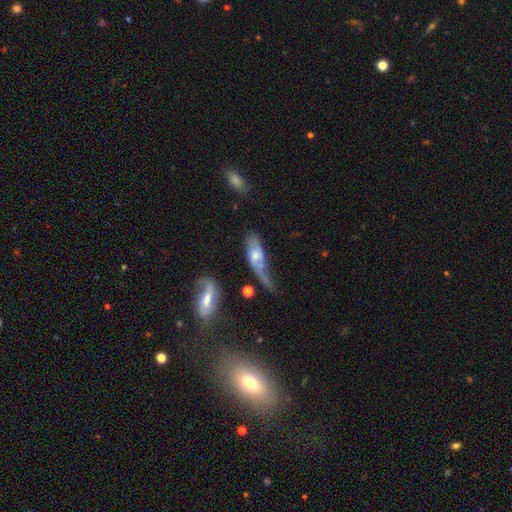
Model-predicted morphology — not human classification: Q: Smooth or featured?
A: featured or disk (53%); runner-up: smooth (39%)
Q: Edge-on disk?
A: no (71%); runner-up: yes (29%)
Q: Merging?
A: major disturbance (34%); runner-up: minor disturbance (26%)